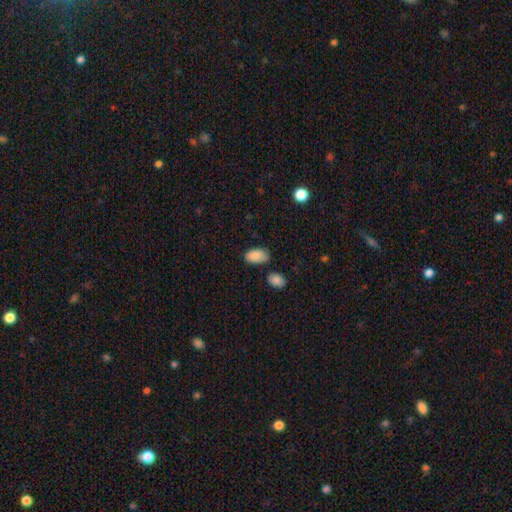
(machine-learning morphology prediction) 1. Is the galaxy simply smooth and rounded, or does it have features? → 88% smooth, 7% star or artifact, 5% featured or disk.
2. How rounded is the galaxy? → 94% in between, 5% round, 1% cigar-shaped.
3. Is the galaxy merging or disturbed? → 70% none, 20% minor disturbance, 6% merger, 4% major disturbance.